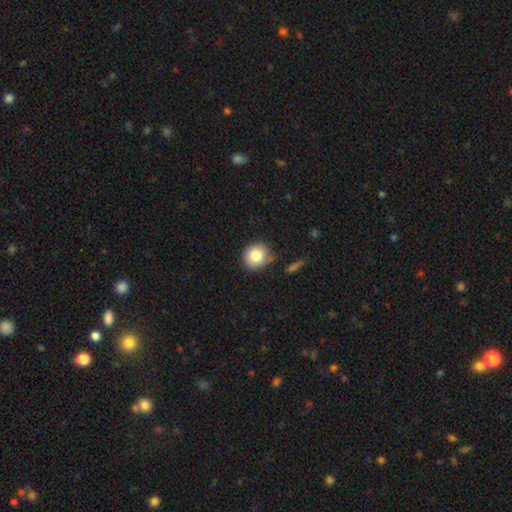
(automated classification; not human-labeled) smooth 82%, star or artifact 9%, featured or disk 9%. Down the decision tree: how rounded — round (82%); merging — none (72%).